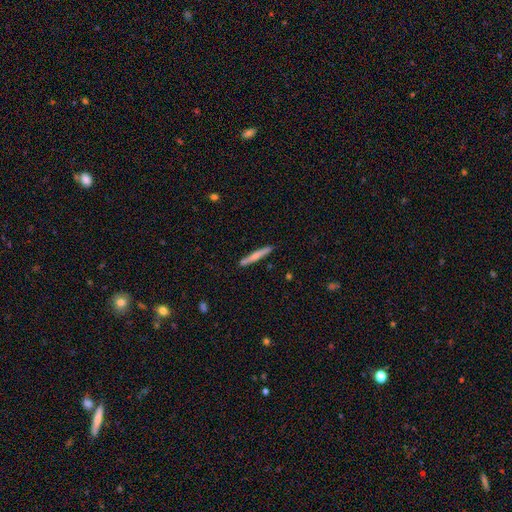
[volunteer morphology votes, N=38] A smooth galaxy with no disk features (53%) that is cigar-shaped (100%). Merging: none (87%).